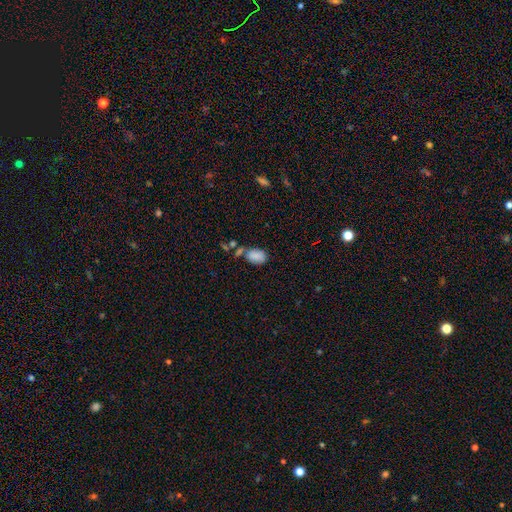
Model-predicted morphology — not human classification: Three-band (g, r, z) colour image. It shows a smooth galaxy with no disk features (83%) that is in between round and cigar-shaped (86%). Merging: none (51%).